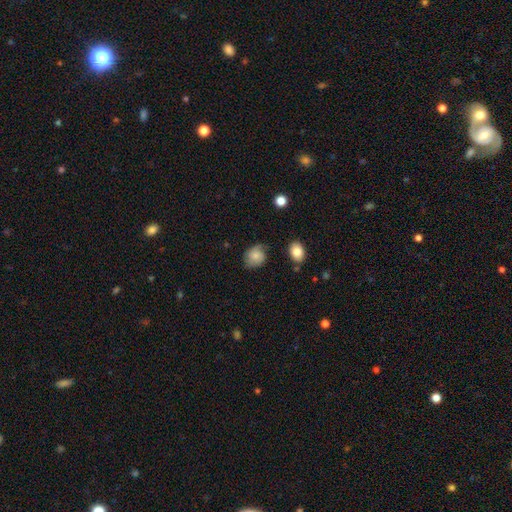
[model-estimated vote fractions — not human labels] Overall: smooth (61%; featured or disk 30%). How rounded: round (52%; in between 47%). Merging: none (56%; minor disturbance 31%).